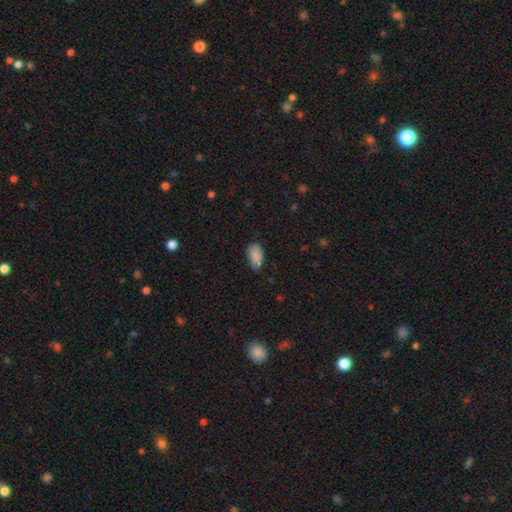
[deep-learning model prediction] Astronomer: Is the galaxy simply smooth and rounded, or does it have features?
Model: smooth — 86%.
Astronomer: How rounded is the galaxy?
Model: in between — 93%.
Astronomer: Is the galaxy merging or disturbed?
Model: none — 65%.